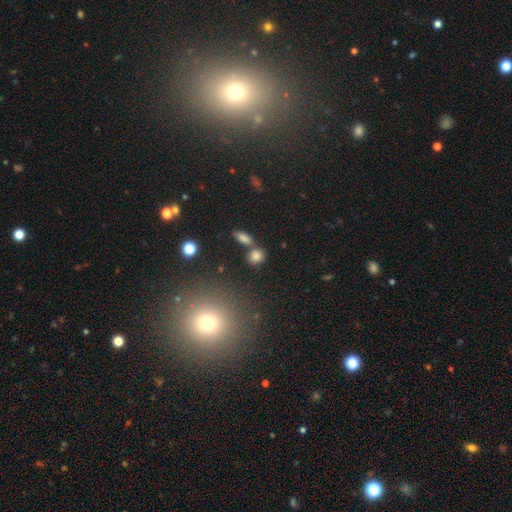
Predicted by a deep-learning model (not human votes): This appears to be a smooth galaxy with no disk features (82%) that is round (60%). Merging: none (62%).